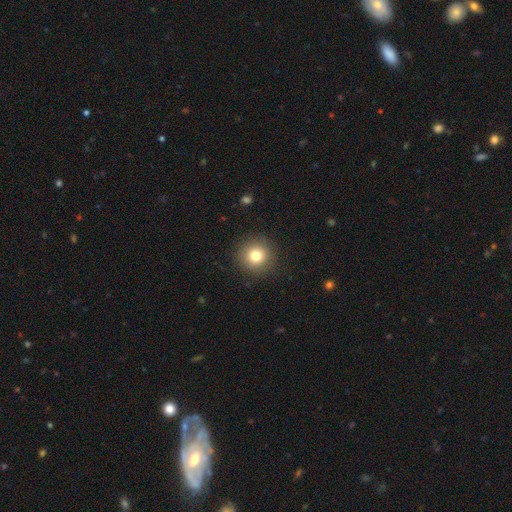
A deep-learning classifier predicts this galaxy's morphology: Q: Smooth or featured?
A: smooth (79%); runner-up: star or artifact (12%)
Q: How rounded?
A: round (95%); runner-up: in between (5%)
Q: Merging?
A: none (90%); runner-up: minor disturbance (6%)